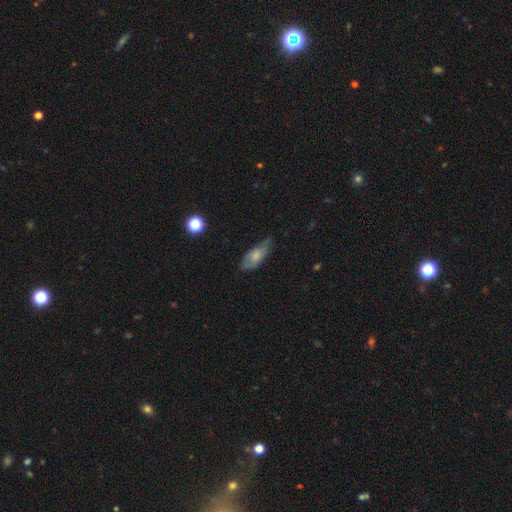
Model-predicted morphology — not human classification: Smooth or featured? smooth (59%)
How rounded? in between (82%)
Merging? none (49%)